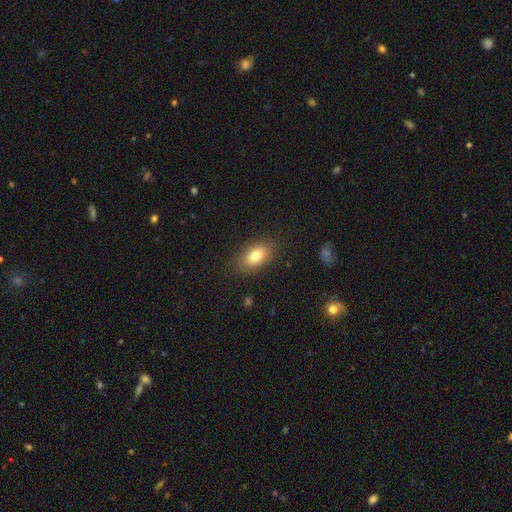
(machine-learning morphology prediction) Smooth or featured: smooth — 80% (featured or disk — 12%)
How rounded: in between — 88% (round — 9%)
Merging: none — 85% (minor disturbance — 11%)